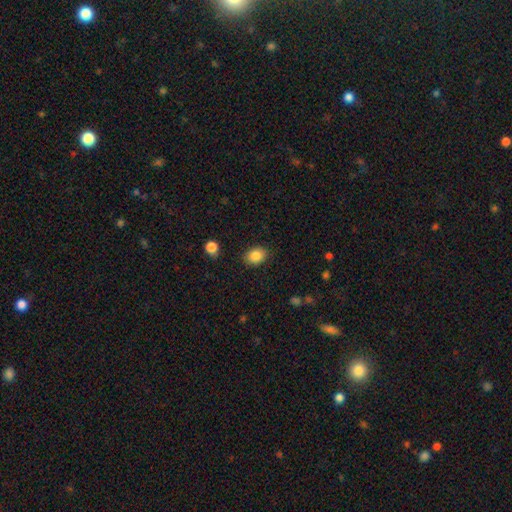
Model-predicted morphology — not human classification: smooth_or_featured: smooth (p=0.86) [alt: star or artifact p=0.09]
how_rounded: in between (p=0.67) [alt: round p=0.32]
merging: none (p=0.85) [alt: minor disturbance p=0.10]